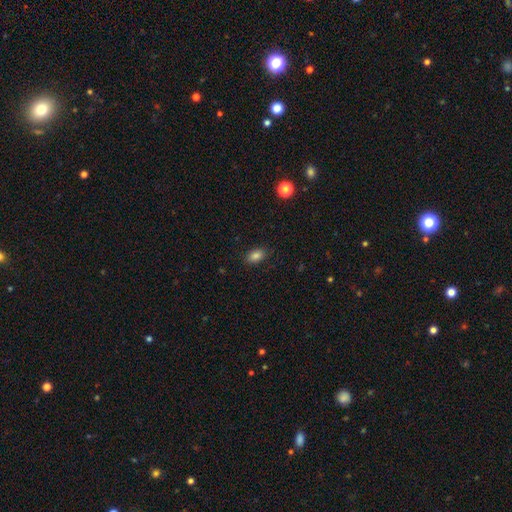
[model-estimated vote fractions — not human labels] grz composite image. It shows a smooth galaxy with no disk features (85%) that is in between round and cigar-shaped (88%). Merging: none (87%).